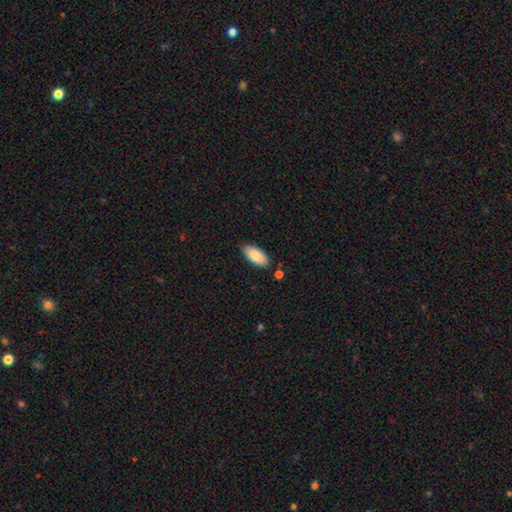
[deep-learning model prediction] The model was most divided on "merging": none: 82%, minor disturbance: 12%, merger: 3%, major disturbance: 2%. More confident: how rounded — in between (91%); smooth or featured — smooth (88%).